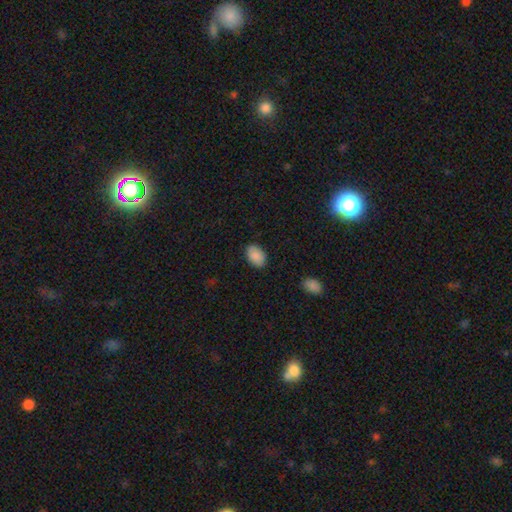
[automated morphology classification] A smooth galaxy with no disk features (89%) that is in between round and cigar-shaped (89%). Merging: none (87%).